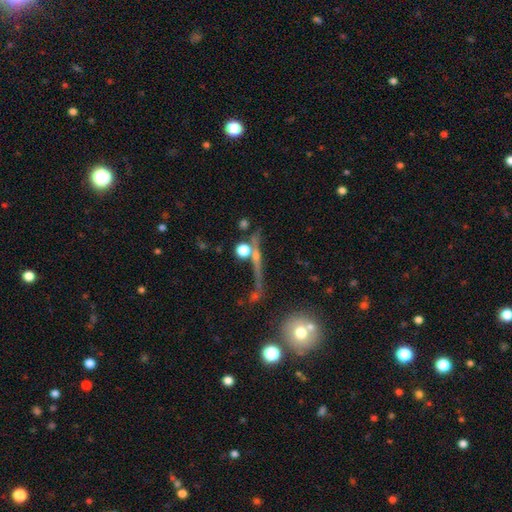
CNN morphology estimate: type=featured or disk (48%); merging=none (62%).